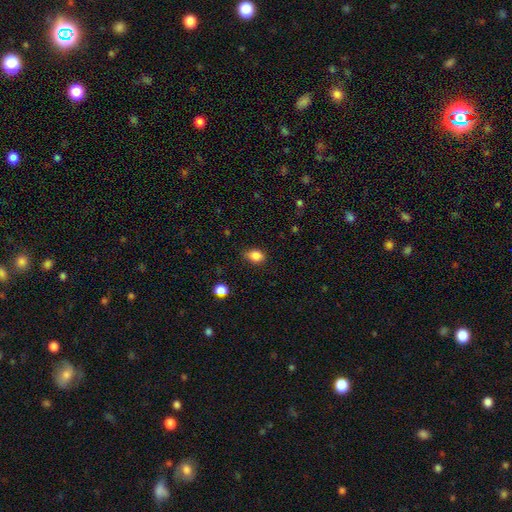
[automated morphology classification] Smooth or featured: smooth — 85% (star or artifact — 10%)
How rounded: in between — 63% (round — 36%)
Merging: none — 72% (minor disturbance — 23%)